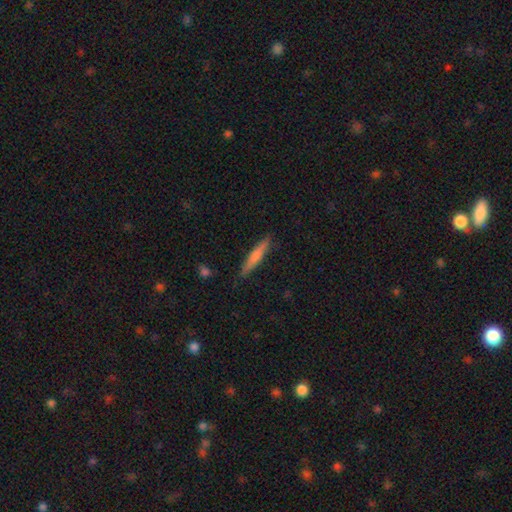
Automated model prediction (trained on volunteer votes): Smooth or featured? Predicted: smooth (p=0.70). How rounded? Predicted: cigar-shaped (p=0.93). Merging? Predicted: none (p=0.88).